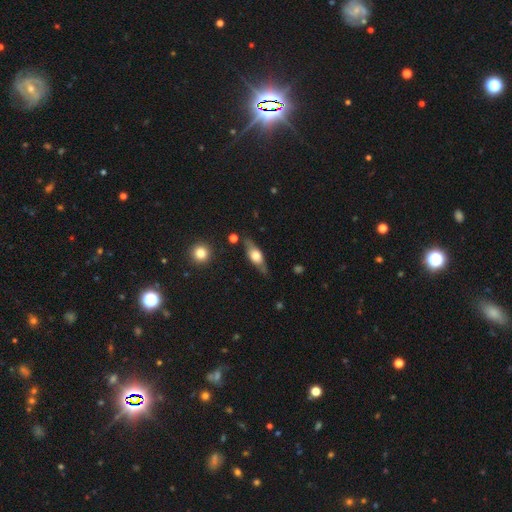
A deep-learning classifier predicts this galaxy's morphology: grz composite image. It shows a smooth galaxy with no disk features (48%). Merging: none (76%).